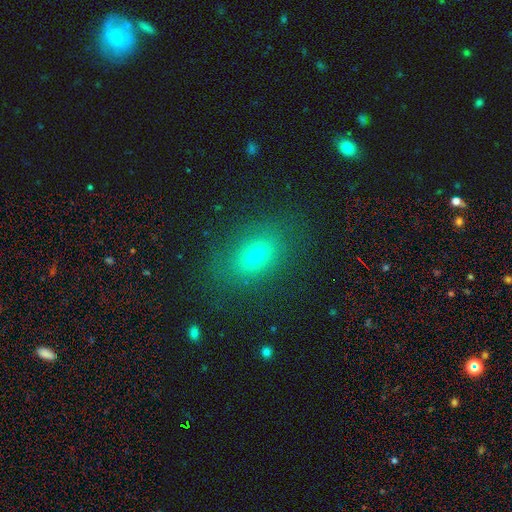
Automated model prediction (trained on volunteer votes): Smooth or featured?
  - smooth: 64% *
  - star or artifact: 18%
  - featured or disk: 18%
How rounded?
  - in between: 75% *
  - round: 21%
  - cigar-shaped: 3%
Merging?
  - none: 82% *
  - minor disturbance: 12%
  - major disturbance: 5%
  - merger: 1%